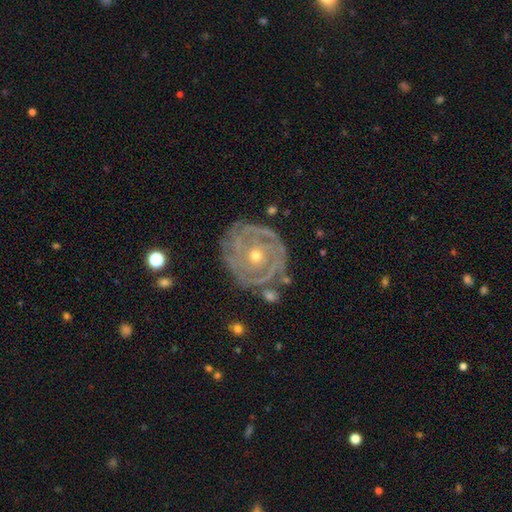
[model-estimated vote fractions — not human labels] smooth_or_featured: featured or disk (p=0.81) [alt: smooth p=0.11]
disk_edge_on: no (p=0.96) [alt: yes p=0.04]
bar: no (p=0.76) [alt: weak p=0.17]
has_spiral_arms: yes (p=0.81) [alt: no p=0.19]
spiral_winding: tight (p=0.80) [alt: medium p=0.16]
spiral_arm_count: can't tell (p=0.34) [alt: 2 p=0.32]
bulge_size: small (p=0.50) [alt: moderate p=0.47]
merging: none (p=0.77) [alt: minor disturbance p=0.15]